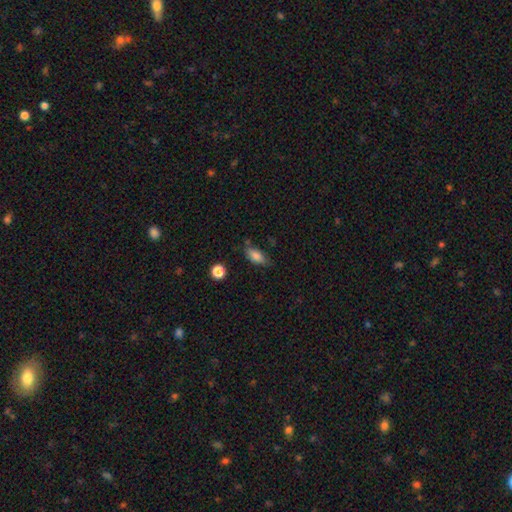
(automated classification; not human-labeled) Morphology: type=smooth (82%); roundness=in between (86%); merging=none (65%).